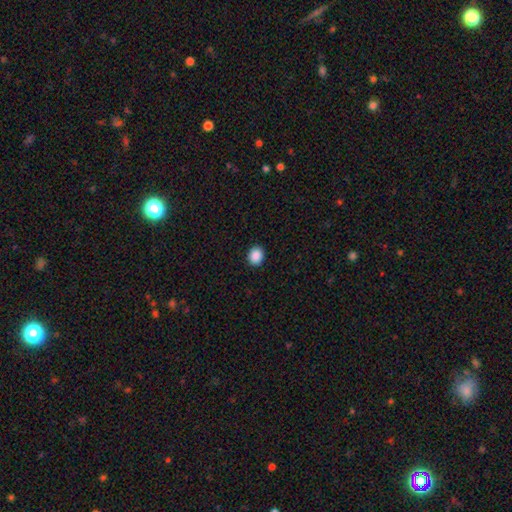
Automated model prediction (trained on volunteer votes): Morphology: type=smooth (89%); roundness=round (58%); merging=none (92%).